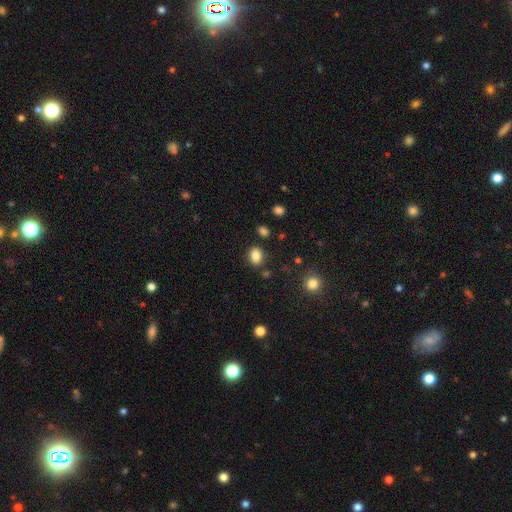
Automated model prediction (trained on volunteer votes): Overall: smooth (84%). How rounded: in between (53%; round 46%). Merging: none (82%).